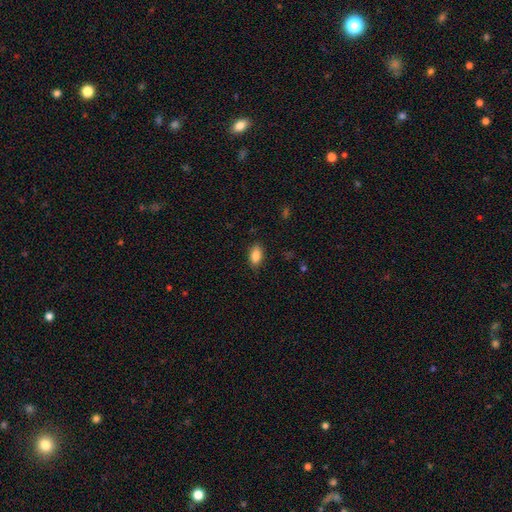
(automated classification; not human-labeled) Smooth or featured?
  - smooth: 87% *
  - star or artifact: 8%
  - featured or disk: 6%
How rounded?
  - in between: 90% *
  - cigar-shaped: 5%
  - round: 5%
Merging?
  - none: 83% *
  - minor disturbance: 13%
  - major disturbance: 3%
  - merger: 1%